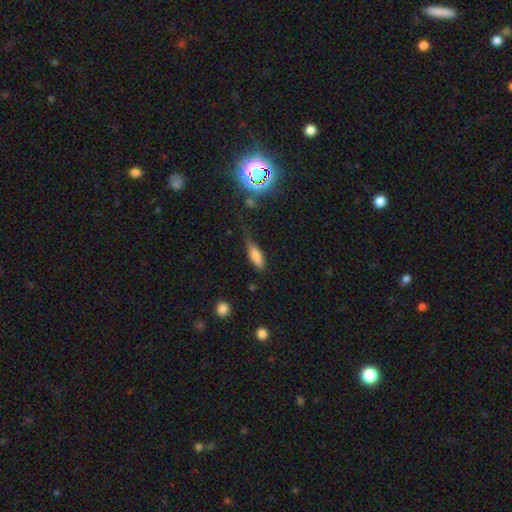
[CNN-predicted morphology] smooth-or-featured: smooth: 75% | featured or disk: 16% | star or artifact: 10%
  how-rounded: in between: 52% | cigar-shaped: 46% | round: 3%
  merging: none: 60% | minor disturbance: 29% | major disturbance: 8% | merger: 3%